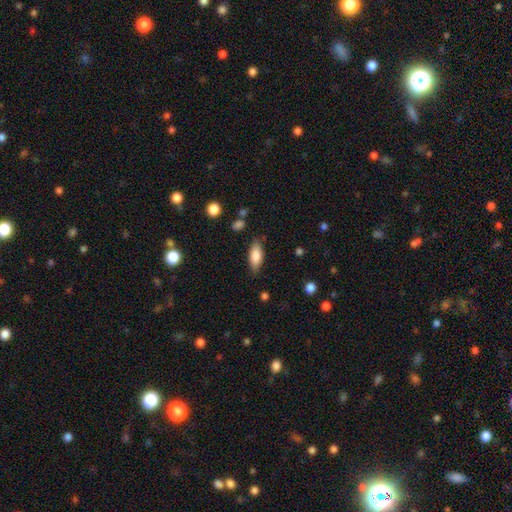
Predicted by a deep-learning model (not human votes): A smooth galaxy with no disk features (81%) that is in between round and cigar-shaped (78%). Merging: none (81%).